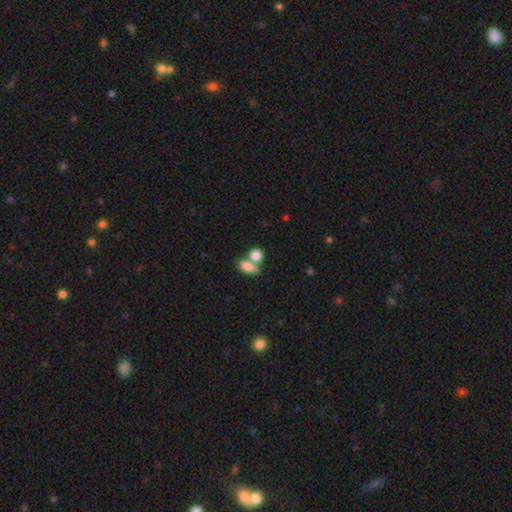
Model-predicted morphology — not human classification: Smooth or featured: smooth — 83% (featured or disk — 9%)
How rounded: in between — 58% (round — 39%)
Merging: merger — 52% (none — 35%)